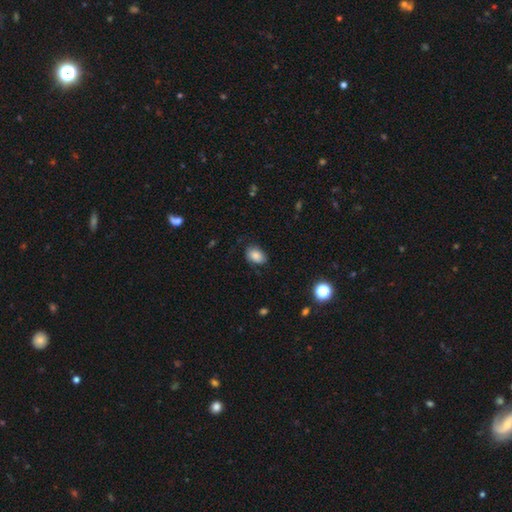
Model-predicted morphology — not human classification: The model was most divided on "merging": none: 72%, minor disturbance: 21%, major disturbance: 6%, merger: 1%. More confident: how rounded — in between (84%); smooth or featured — smooth (83%).